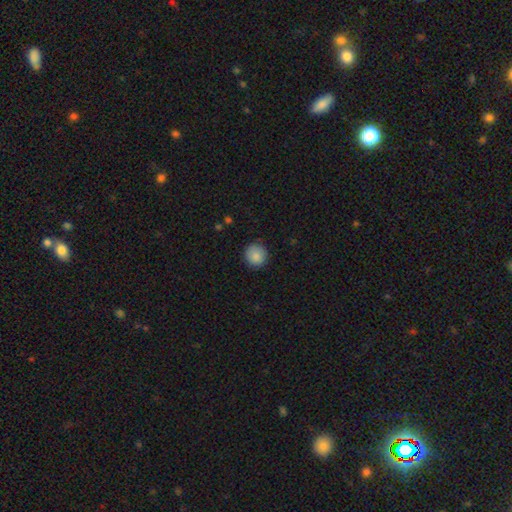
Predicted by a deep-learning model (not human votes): Morphology: type=smooth (88%); roundness=round (91%); merging=none (88%).